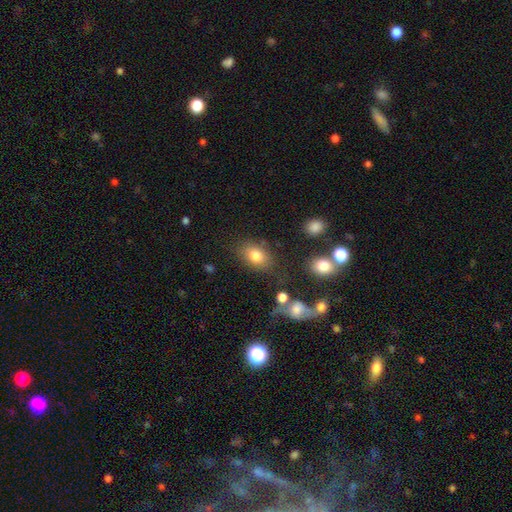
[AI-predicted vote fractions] Q: Smooth or featured?
A: smooth (80%); runner-up: featured or disk (10%)
Q: How rounded?
A: in between (79%); runner-up: round (20%)
Q: Merging?
A: none (76%); runner-up: minor disturbance (14%)